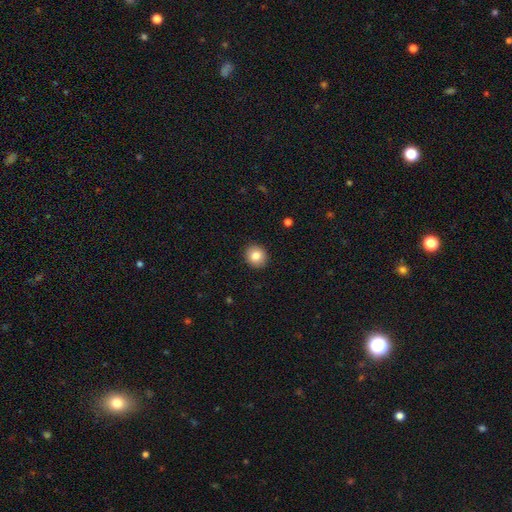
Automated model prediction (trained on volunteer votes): Q: Smooth or featured?
A: smooth (83%); runner-up: star or artifact (9%)
Q: How rounded?
A: round (87%); runner-up: in between (12%)
Q: Merging?
A: none (92%); runner-up: minor disturbance (5%)